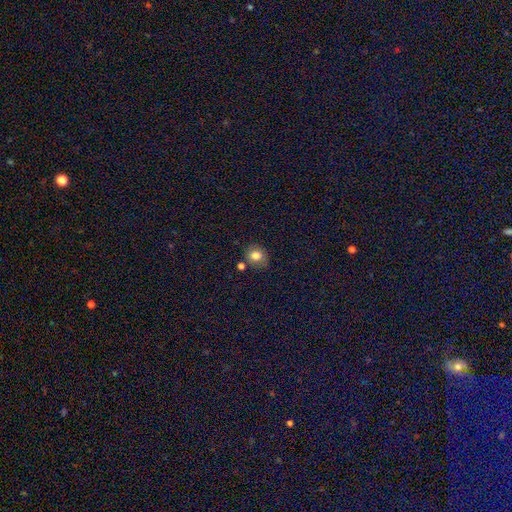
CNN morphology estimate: This appears to be a smooth galaxy with no disk features (80%) that is round (63%). Merging: none (72%).